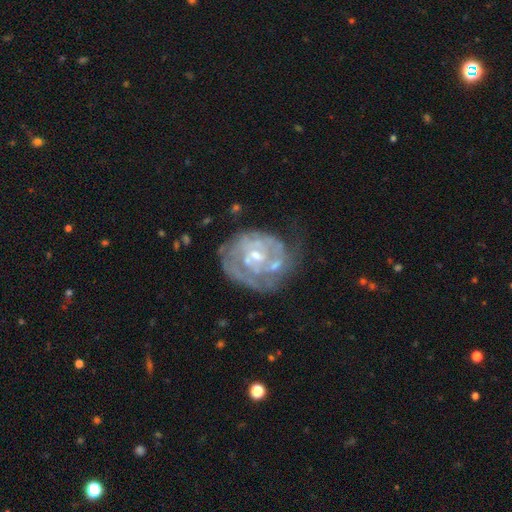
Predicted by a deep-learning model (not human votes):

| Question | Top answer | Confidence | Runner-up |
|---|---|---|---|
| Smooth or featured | featured or disk | 81% | smooth (12%) |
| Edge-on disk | no | 98% | yes (2%) |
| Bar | no | 65% | weak (29%) |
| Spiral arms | yes | 76% | no (24%) |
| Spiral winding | tight | 67% | medium (24%) |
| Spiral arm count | can't tell | 48% | 2 (24%) |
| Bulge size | small | 54% | moderate (39%) |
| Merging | none | 48% | minor disturbance (23%) |